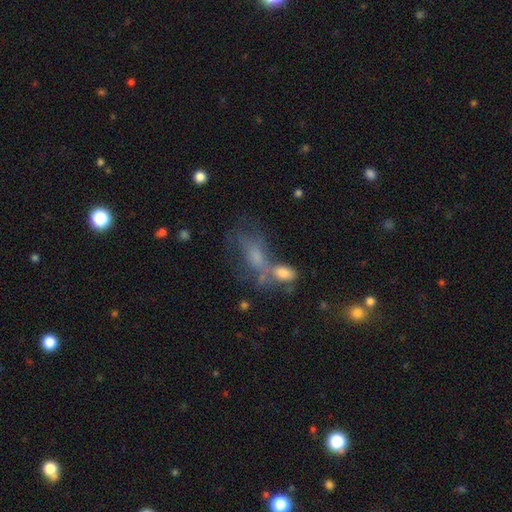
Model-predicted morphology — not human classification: Smooth or featured? Predicted: smooth (p=0.48). Merging? Predicted: merger (p=0.35).